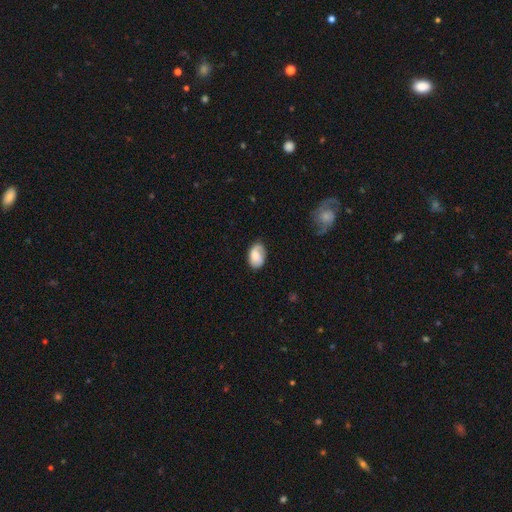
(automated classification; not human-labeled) Smooth or featured: smooth — 69% (featured or disk — 23%)
How rounded: in between — 88% (round — 11%)
Merging: none — 66% (minor disturbance — 26%)